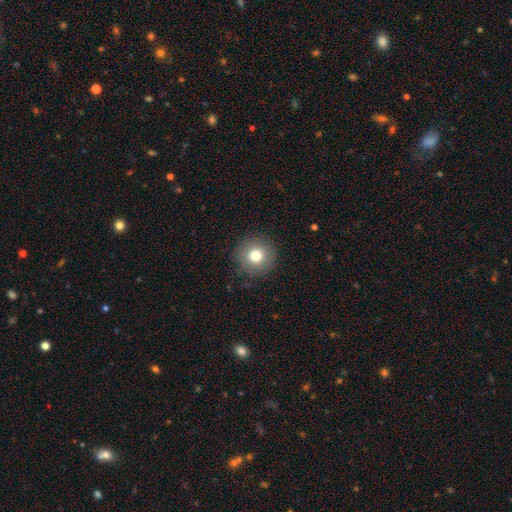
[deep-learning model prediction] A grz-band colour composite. It shows a smooth galaxy with no disk features (78%) that is round (95%). Merging: none (88%).